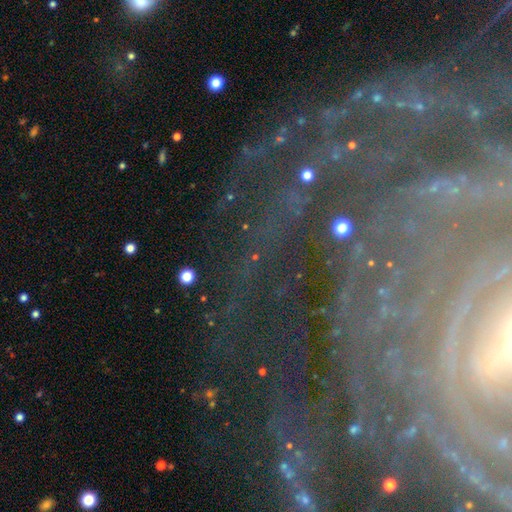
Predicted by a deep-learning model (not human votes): Smooth or featured?
  - featured or disk: 46% *
  - star or artifact: 41%
  - smooth: 13%
Merging?
  - none: 72% *
  - minor disturbance: 14%
  - major disturbance: 10%
  - merger: 5%